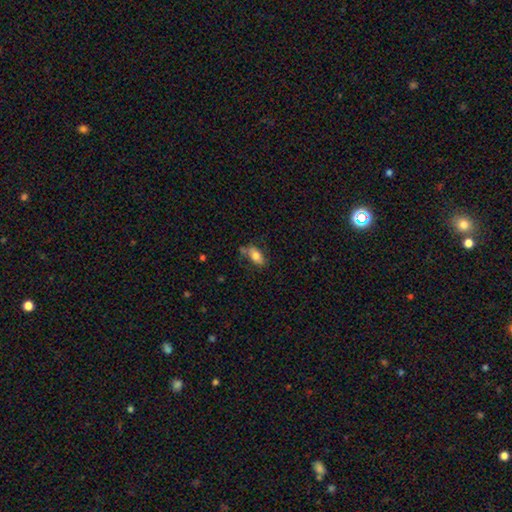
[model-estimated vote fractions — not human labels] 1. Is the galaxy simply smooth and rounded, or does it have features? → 76% smooth, 17% featured or disk, 8% star or artifact.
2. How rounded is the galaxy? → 89% in between, 7% cigar-shaped, 4% round.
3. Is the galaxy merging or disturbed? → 59% none, 22% minor disturbance, 11% merger, 7% major disturbance.